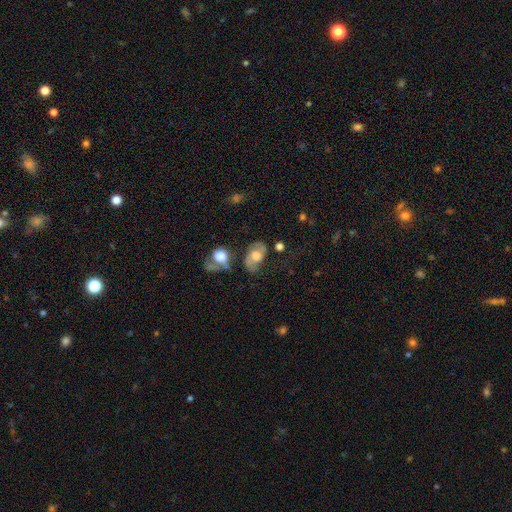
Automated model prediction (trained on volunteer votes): Morphology: type=featured or disk (50%); edge-on=no (93%); merging=none (56%).